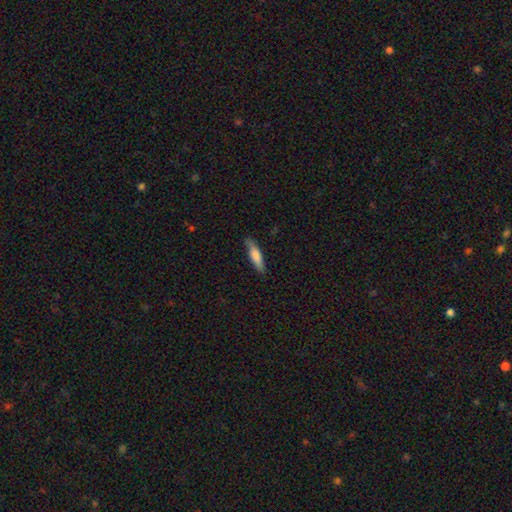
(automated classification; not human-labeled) Overall: smooth (73%). How rounded: cigar-shaped (71%). Merging: none (78%).